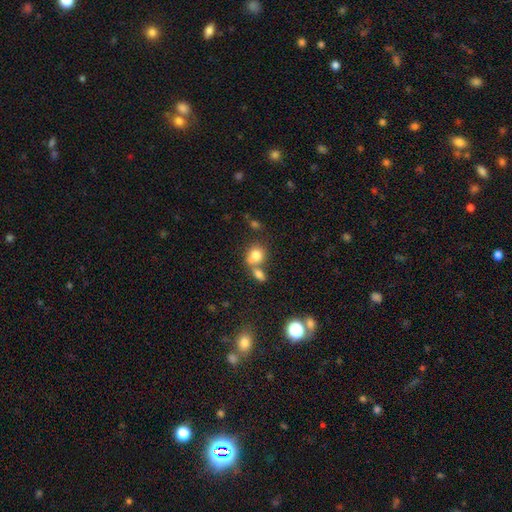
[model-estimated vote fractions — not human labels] Smooth or featured?
  - smooth: 80% *
  - star or artifact: 10%
  - featured or disk: 10%
How rounded?
  - round: 65% *
  - in between: 34%
  - cigar-shaped: 1%
Merging?
  - merger: 44% *
  - none: 41%
  - minor disturbance: 10%
  - major disturbance: 5%